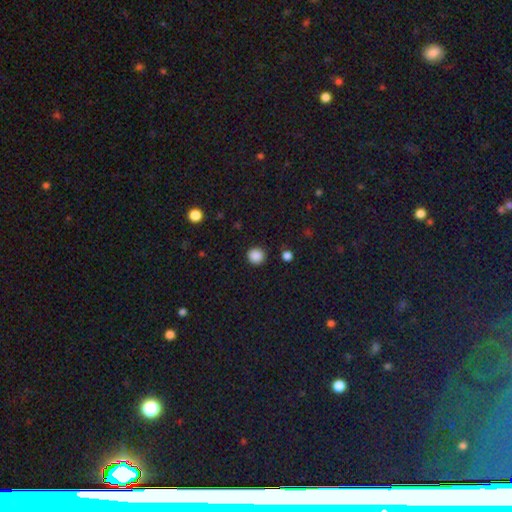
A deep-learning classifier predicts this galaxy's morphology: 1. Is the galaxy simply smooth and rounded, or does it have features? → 87% smooth, 10% star or artifact, 2% featured or disk.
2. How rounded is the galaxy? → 92% round, 7% in between, 1% cigar-shaped.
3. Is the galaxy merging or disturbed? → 91% none, 6% minor disturbance, 2% major disturbance, 1% merger.